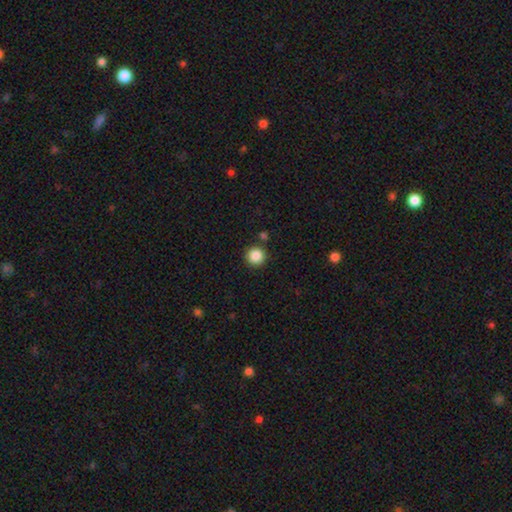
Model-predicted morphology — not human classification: Smooth or featured? Predicted: smooth (p=0.87). How rounded? Predicted: round (p=0.95). Merging? Predicted: none (p=0.88).